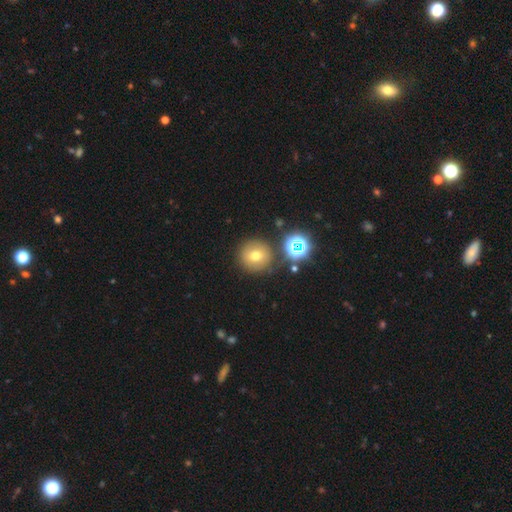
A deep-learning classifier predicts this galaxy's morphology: This appears to be a smooth galaxy with no disk features (68%) that is round (94%). Merging: none (82%).